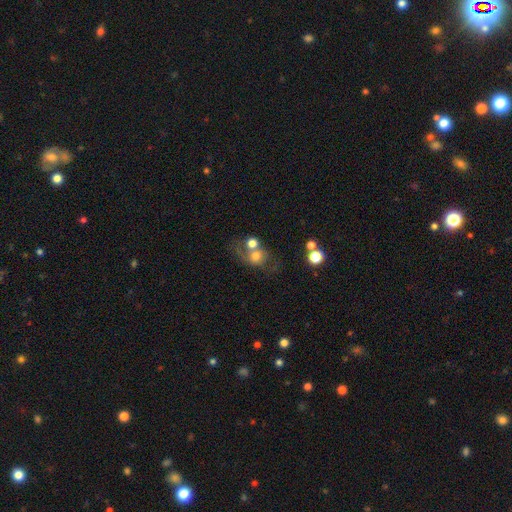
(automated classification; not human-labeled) Q: Smooth or featured?
A: smooth (58%); runner-up: featured or disk (30%)
Q: How rounded?
A: round (66%); runner-up: in between (33%)
Q: Merging?
A: merger (38%); runner-up: none (37%)